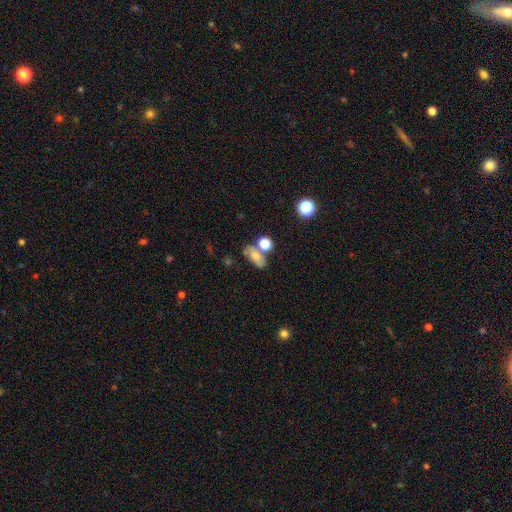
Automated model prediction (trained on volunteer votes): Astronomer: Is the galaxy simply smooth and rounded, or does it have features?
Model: smooth — 68%.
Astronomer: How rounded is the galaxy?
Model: in between — 76%.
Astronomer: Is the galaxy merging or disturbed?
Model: none — 48% (runner-up: merger, 28%).